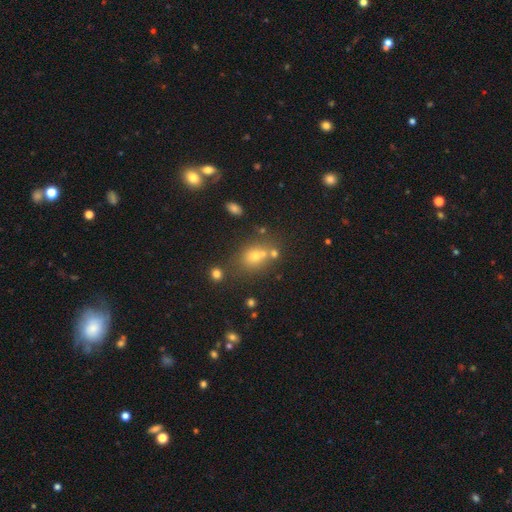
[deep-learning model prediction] Smooth or featured? smooth (60%)
How rounded? round (52%)
Merging? none (60%)